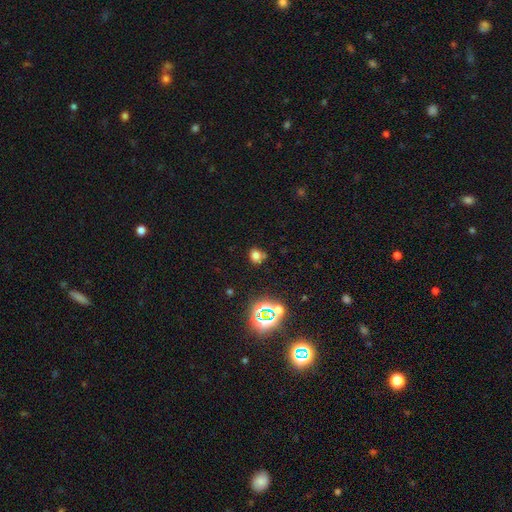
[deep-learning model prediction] This is likely a smooth galaxy (70%). How rounded: likely round (65%). Merging: likely none (67%).